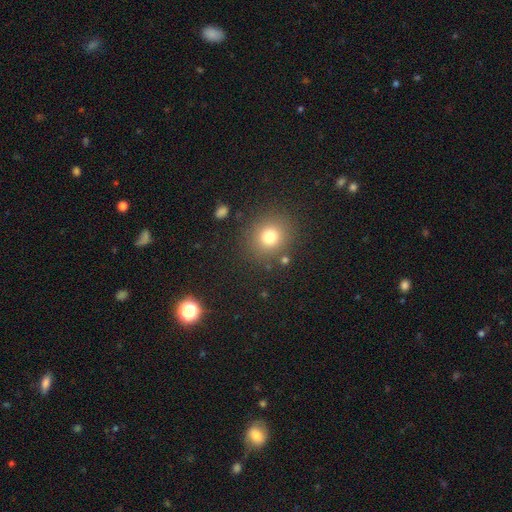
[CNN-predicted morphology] Smooth or featured: smooth — 61% (star or artifact — 33%)
How rounded: round — 90% (in between — 9%)
Merging: none — 89% (minor disturbance — 6%)